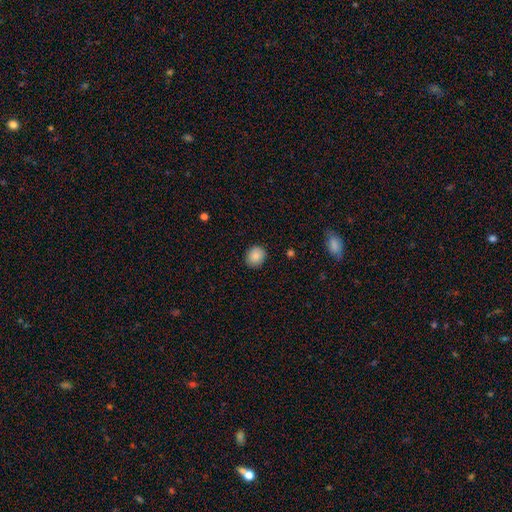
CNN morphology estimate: Smooth or featured?
  - smooth: 86% *
  - star or artifact: 9%
  - featured or disk: 6%
How rounded?
  - round: 72% *
  - in between: 27%
  - cigar-shaped: 1%
Merging?
  - none: 89% *
  - minor disturbance: 8%
  - major disturbance: 2%
  - merger: 1%